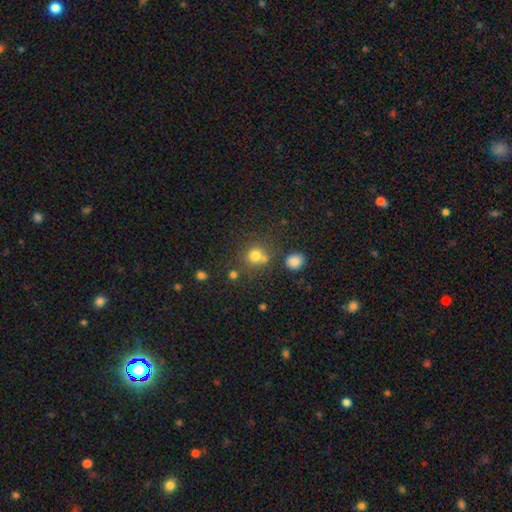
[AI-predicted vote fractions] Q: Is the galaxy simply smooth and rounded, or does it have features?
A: smooth — 74%.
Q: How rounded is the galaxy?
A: round — 86%.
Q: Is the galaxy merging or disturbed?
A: none — 62%.